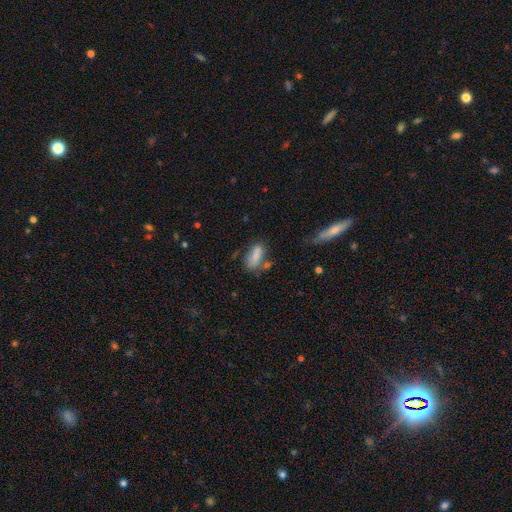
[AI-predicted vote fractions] A smooth galaxy with no disk features (79%) that is in between round and cigar-shaped (74%).

Vote fractions:
- Smooth or featured? smooth: 79% / featured or disk: 12% / star or artifact: 9%
- How rounded? in between: 74% / cigar-shaped: 22% / round: 4%
- Merging? none: 53% / minor disturbance: 25% / merger: 12% / major disturbance: 11%